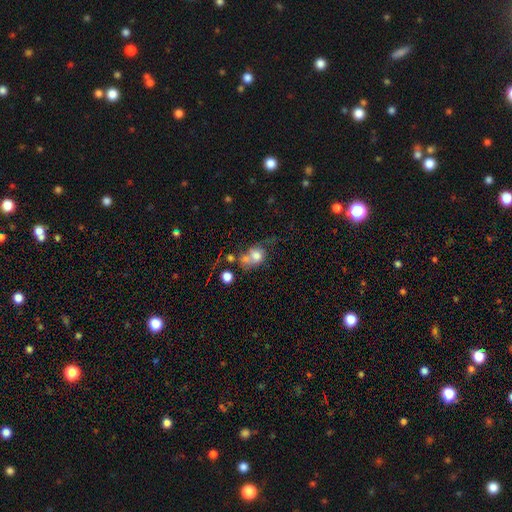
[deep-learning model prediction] A smooth galaxy with no disk features (61%) that is round (51%).

Vote fractions:
- Smooth or featured? smooth: 61% / featured or disk: 27% / star or artifact: 12%
- How rounded? round: 51% / in between: 47% / cigar-shaped: 2%
- Merging? merger: 35% / major disturbance: 26% / none: 22% / minor disturbance: 17%